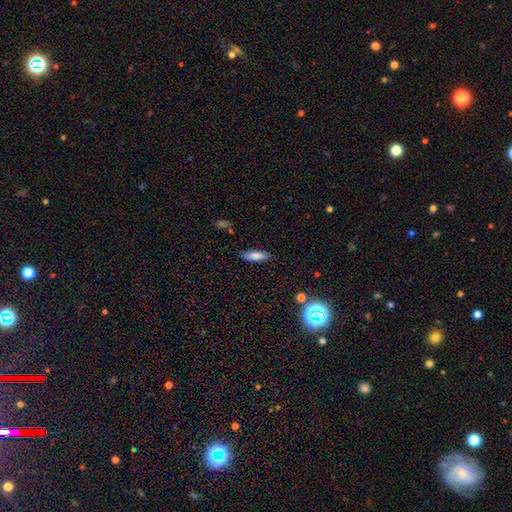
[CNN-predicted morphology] type=smooth (81%); roundness=cigar-shaped (51%); merging=none (86%).